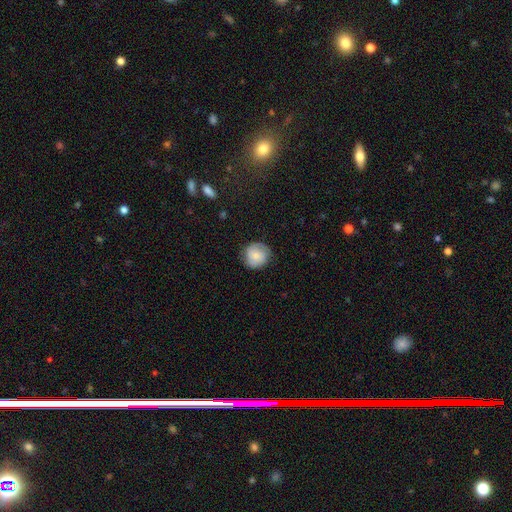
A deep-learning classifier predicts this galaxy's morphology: Smooth or featured? Predicted: smooth (p=0.69). How rounded? Predicted: round (p=0.90). Merging? Predicted: none (p=0.81).